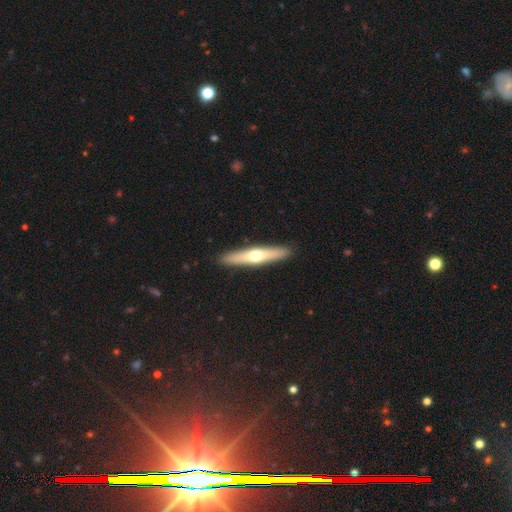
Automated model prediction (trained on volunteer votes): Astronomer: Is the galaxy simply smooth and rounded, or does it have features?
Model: featured or disk — 49% (runner-up: smooth, 46%).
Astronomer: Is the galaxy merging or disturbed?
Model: none — 91%.